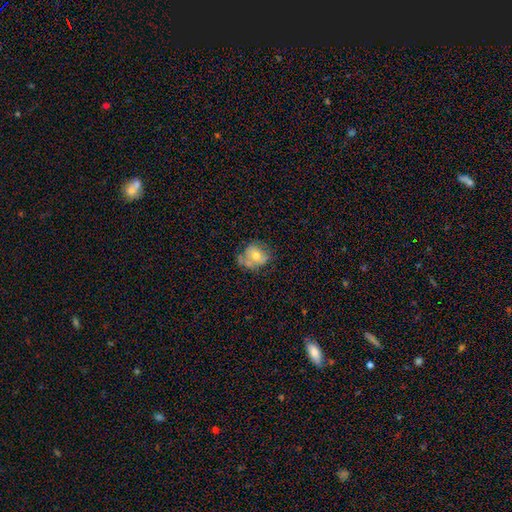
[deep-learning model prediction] A smooth galaxy with no disk features (56%) that is round (60%).

Vote fractions:
- Smooth or featured? smooth: 56% / featured or disk: 35% / star or artifact: 9%
- How rounded? round: 60% / in between: 39% / cigar-shaped: 1%
- Merging? none: 44% / minor disturbance: 28% / major disturbance: 15% / merger: 14%